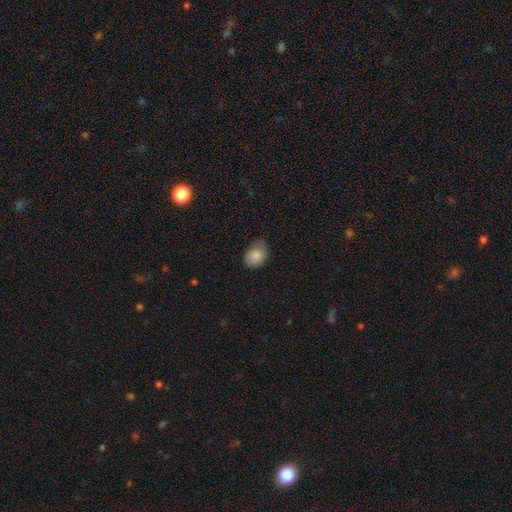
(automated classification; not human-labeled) Smooth or featured? smooth (83%)
How rounded? in between (61%)
Merging? none (55%)